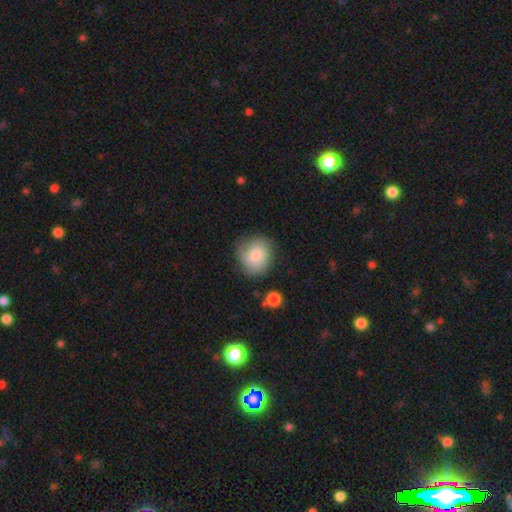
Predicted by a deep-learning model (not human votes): smooth_or_featured: smooth (p=0.69) [alt: featured or disk p=0.23]
how_rounded: round (p=0.82) [alt: in between p=0.17]
merging: none (p=0.69) [alt: minor disturbance p=0.22]